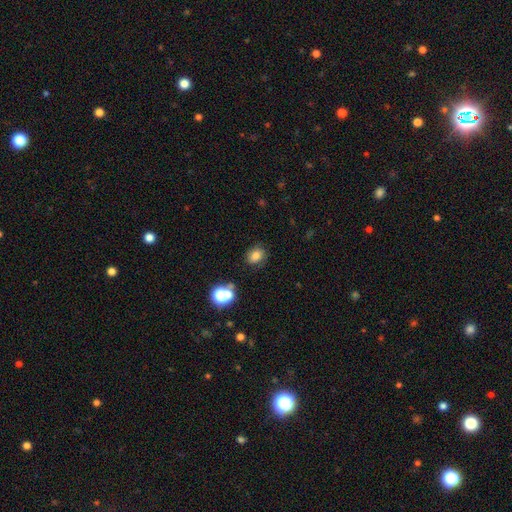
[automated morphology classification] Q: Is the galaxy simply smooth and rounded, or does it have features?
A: smooth — 74%.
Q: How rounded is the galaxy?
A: in between — 51%.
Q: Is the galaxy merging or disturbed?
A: none — 80%.